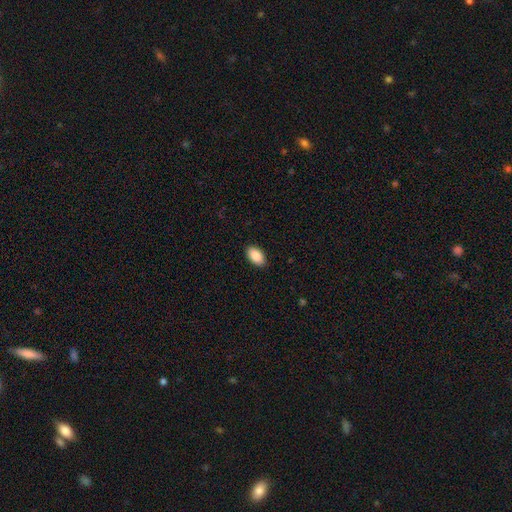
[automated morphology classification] smooth 89%, star or artifact 7%, featured or disk 4%. Down the decision tree: how rounded — in between (94%); merging — none (89%).